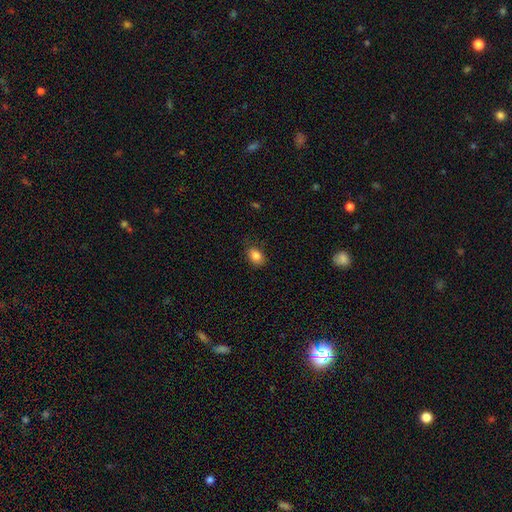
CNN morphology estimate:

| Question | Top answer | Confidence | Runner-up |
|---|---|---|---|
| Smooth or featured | smooth | 85% | star or artifact (9%) |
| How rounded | in between | 77% | round (22%) |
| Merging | none | 81% | minor disturbance (15%) |